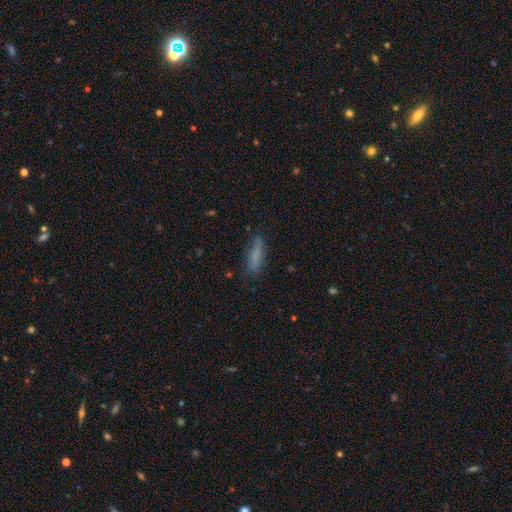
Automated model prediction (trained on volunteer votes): This is likely a smooth galaxy (77%). How rounded: likely cigar-shaped (70%). Merging: likely none (72%).